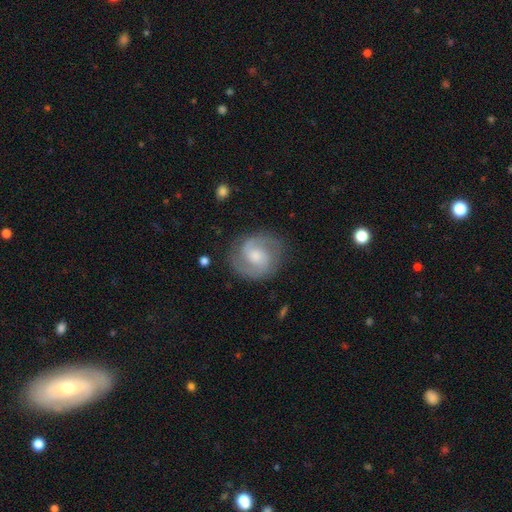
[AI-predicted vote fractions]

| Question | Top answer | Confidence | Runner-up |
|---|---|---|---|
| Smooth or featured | featured or disk | 85% | smooth (10%) |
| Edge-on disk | no | 98% | yes (2%) |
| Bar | no | 49% | weak (43%) |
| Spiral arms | yes | 97% | no (3%) |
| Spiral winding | medium | 54% | tight (34%) |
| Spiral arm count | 2 | 90% | can't tell (3%) |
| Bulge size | moderate | 43% | small (36%) |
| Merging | none | 82% | minor disturbance (12%) |